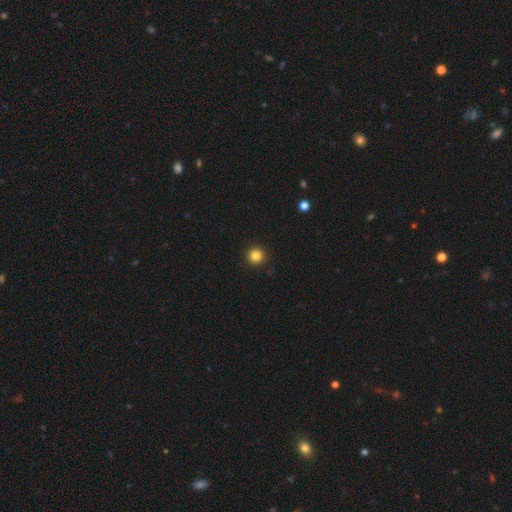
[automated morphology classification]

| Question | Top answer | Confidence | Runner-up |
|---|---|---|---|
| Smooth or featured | smooth | 83% | star or artifact (13%) |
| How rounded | round | 96% | in between (3%) |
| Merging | none | 93% | minor disturbance (4%) |